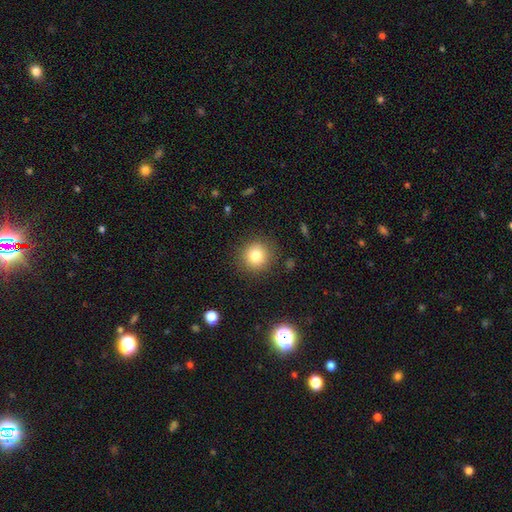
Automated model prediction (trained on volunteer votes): Smooth or featured? smooth (81%)
How rounded? round (92%)
Merging? none (88%)